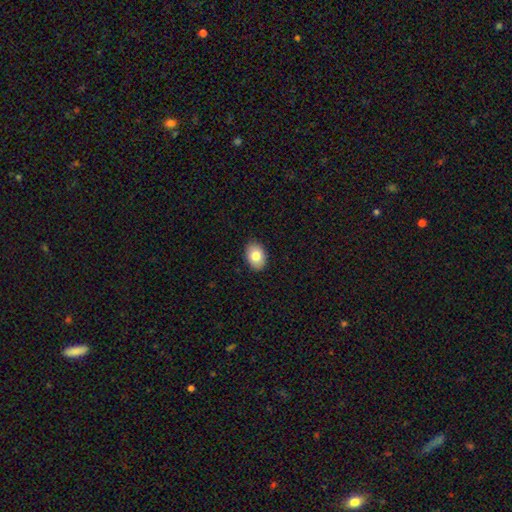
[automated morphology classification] This is clearly a smooth galaxy (80%). How rounded: clearly in between (81%). Merging: clearly none (90%).